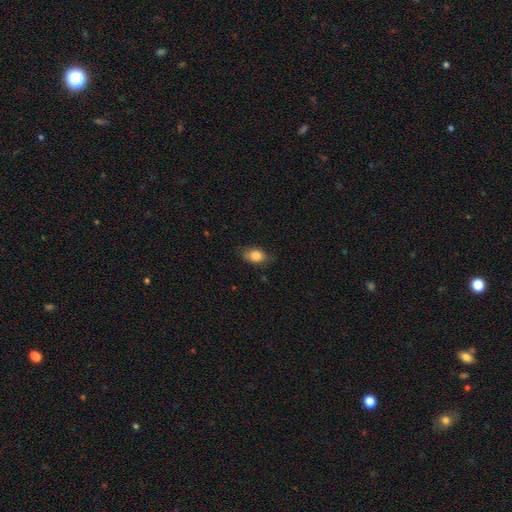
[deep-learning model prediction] This appears to be a smooth galaxy with no disk features (82%) that is in between round and cigar-shaped (76%). Merging: none (74%).